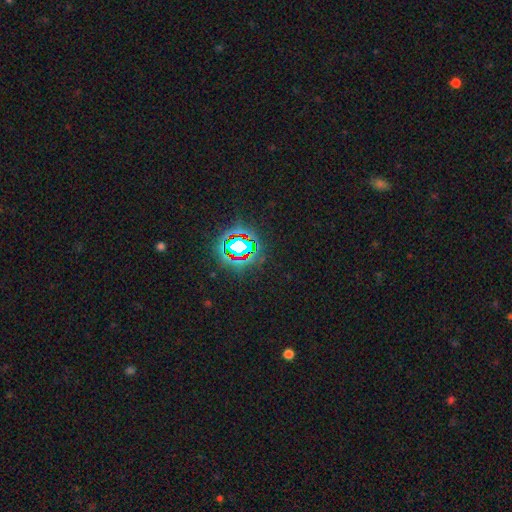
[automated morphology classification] This is clearly a star or artifact rather than a galaxy (81%).